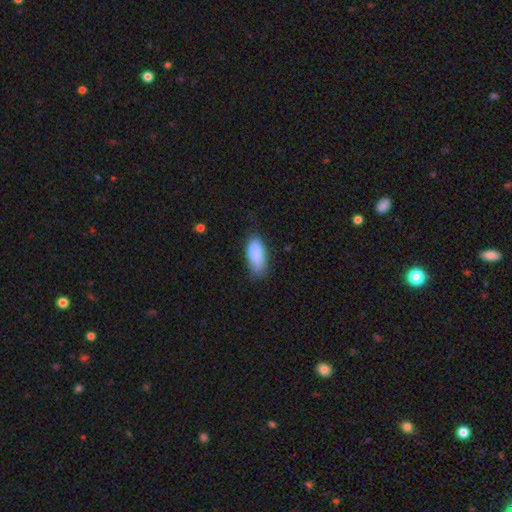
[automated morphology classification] Overall: smooth (87%). How rounded: in between (85%). Merging: none (66%; minor disturbance 26%).